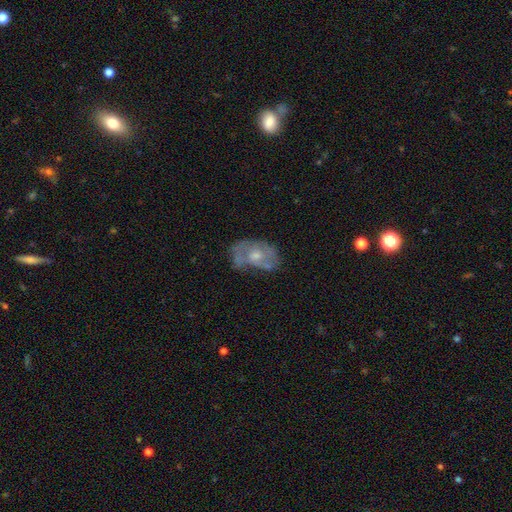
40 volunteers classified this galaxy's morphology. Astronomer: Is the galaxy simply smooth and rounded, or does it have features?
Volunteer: featured or disk — 68%.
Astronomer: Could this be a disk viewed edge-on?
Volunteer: no — 93%.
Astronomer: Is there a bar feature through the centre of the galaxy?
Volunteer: no — 64%.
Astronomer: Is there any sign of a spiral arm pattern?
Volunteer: yes — 72%.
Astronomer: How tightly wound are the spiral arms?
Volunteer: tight — 61% (runner-up: medium, 39%).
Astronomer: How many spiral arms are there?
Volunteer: can't tell — 78%.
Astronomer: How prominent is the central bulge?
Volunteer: moderate — 84%.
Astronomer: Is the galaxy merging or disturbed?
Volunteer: none — 68%.